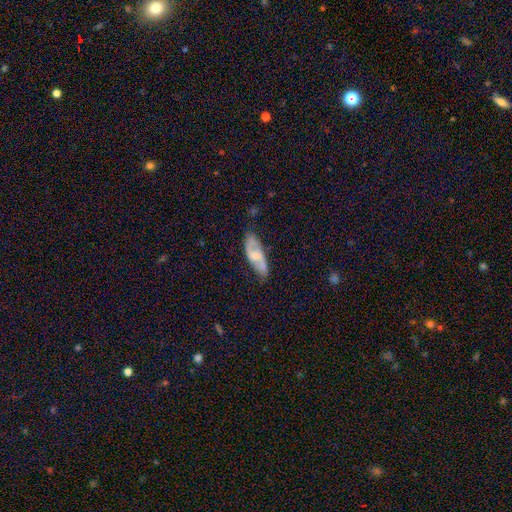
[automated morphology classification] Smooth or featured: featured or disk — 54% (smooth — 40%)
Edge-on disk: no — 85% (yes — 15%)
Merging: none — 70% (minor disturbance — 22%)